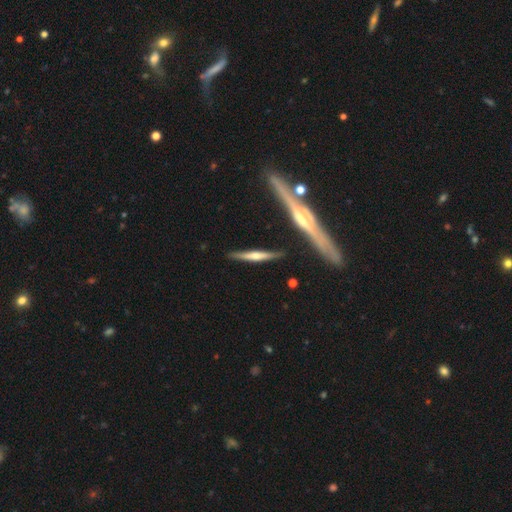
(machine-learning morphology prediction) A featured or disk galaxy (65%) viewed edge-on (96%) with a rounded central bulge (72%).

Vote fractions:
- Smooth or featured? featured or disk: 65% / smooth: 29% / star or artifact: 6%
- Edge-on disk? yes: 96% / no: 4%
- Edge-on bulge? rounded: 72% / none: 16% / boxy: 12%
- Merging? none: 85% / minor disturbance: 10% / merger: 3% / major disturbance: 2%